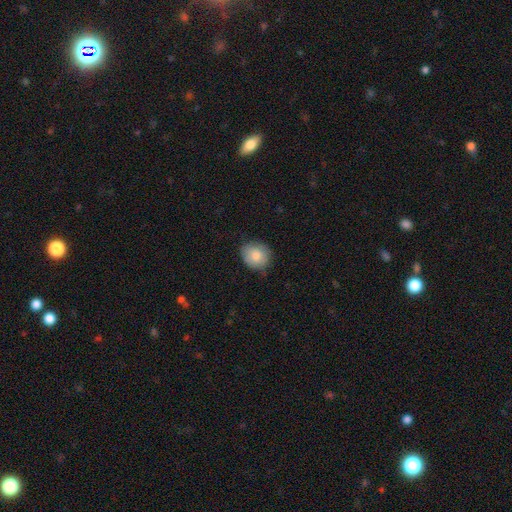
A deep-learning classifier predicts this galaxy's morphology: Smooth or featured? Predicted: smooth (p=0.84). How rounded? Predicted: round (p=0.72). Merging? Predicted: none (p=0.77).